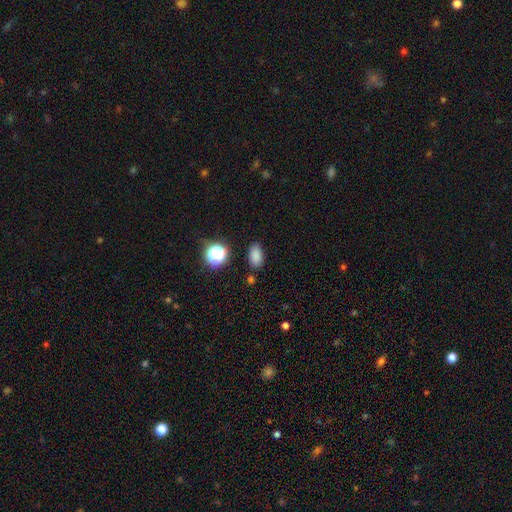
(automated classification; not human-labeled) Smooth or featured?
  - smooth: 80% *
  - star or artifact: 14%
  - featured or disk: 5%
How rounded?
  - in between: 88% *
  - round: 10%
  - cigar-shaped: 2%
Merging?
  - none: 82% *
  - minor disturbance: 12%
  - merger: 3%
  - major disturbance: 3%